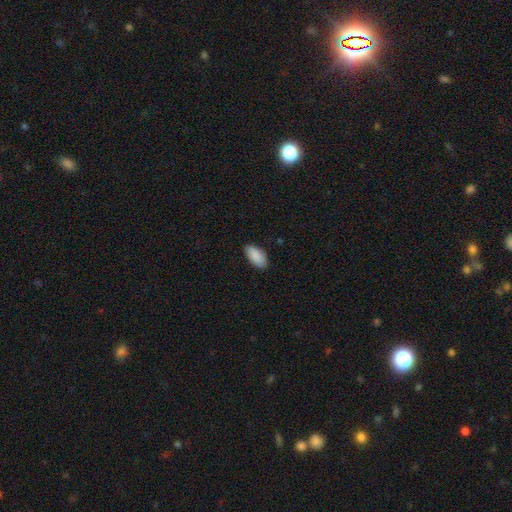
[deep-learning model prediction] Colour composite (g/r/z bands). It shows a smooth galaxy with no disk features (88%) that is in between round and cigar-shaped (94%). Merging: none (84%).